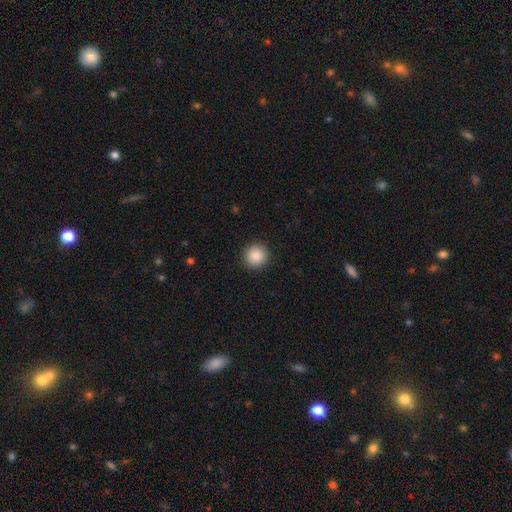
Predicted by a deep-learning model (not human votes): A smooth galaxy with no disk features (88%) that is round (95%).

Vote fractions:
- Smooth or featured? smooth: 88% / star or artifact: 9% / featured or disk: 3%
- How rounded? round: 95% / in between: 4% / cigar-shaped: 1%
- Merging? none: 92% / minor disturbance: 5% / major disturbance: 2% / merger: 1%